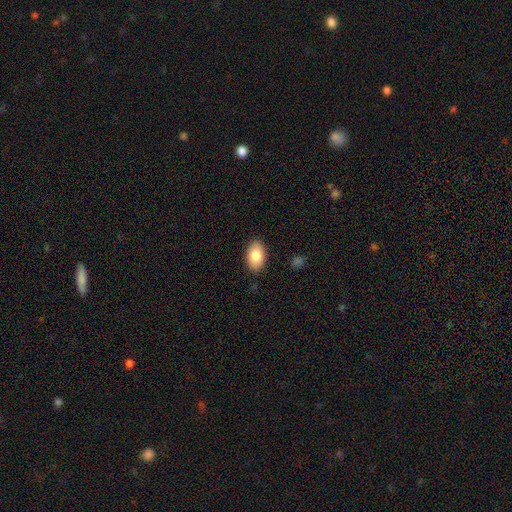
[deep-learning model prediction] Morphology: type=smooth (83%); roundness=in between (92%); merging=none (88%).